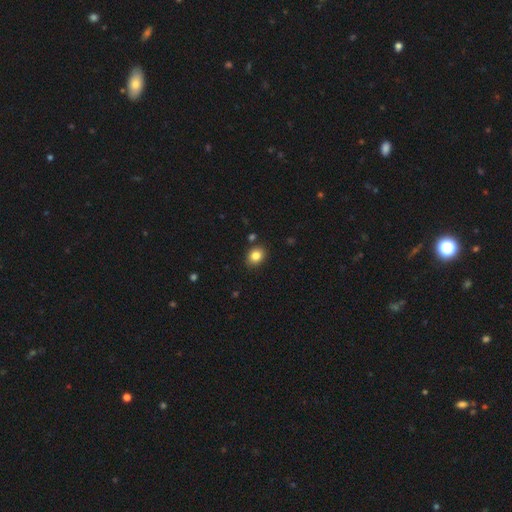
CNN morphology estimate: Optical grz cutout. It shows a smooth galaxy with no disk features (83%) that is in between round and cigar-shaped (52%). Merging: none (86%).